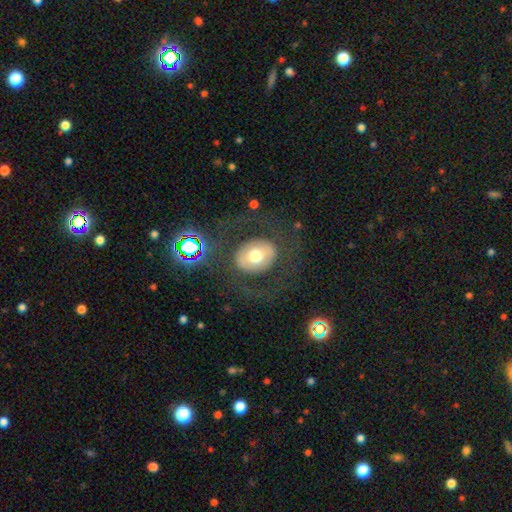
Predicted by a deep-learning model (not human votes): A smooth galaxy with no disk features (51%) that is round (57%). Merging: none (74%).